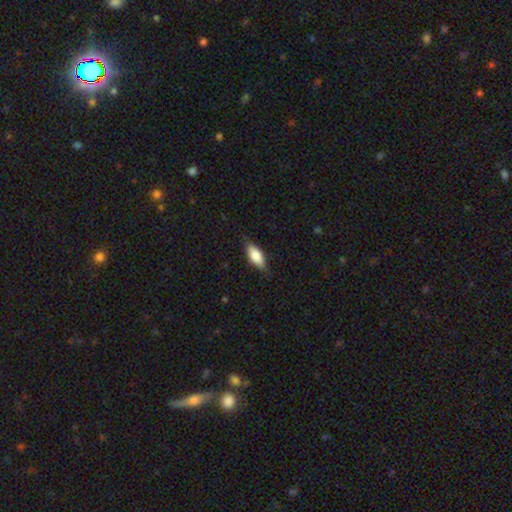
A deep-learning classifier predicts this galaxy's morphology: smooth-or-featured: smooth: 77% | featured or disk: 17% | star or artifact: 6%
  how-rounded: in between: 81% | cigar-shaped: 16% | round: 3%
  merging: none: 81% | minor disturbance: 16% | major disturbance: 3% | merger: 1%